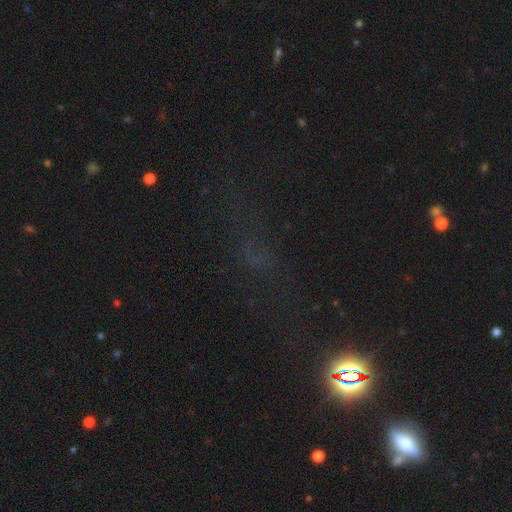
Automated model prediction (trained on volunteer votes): Overall: star or artifact (61%; smooth 23%).